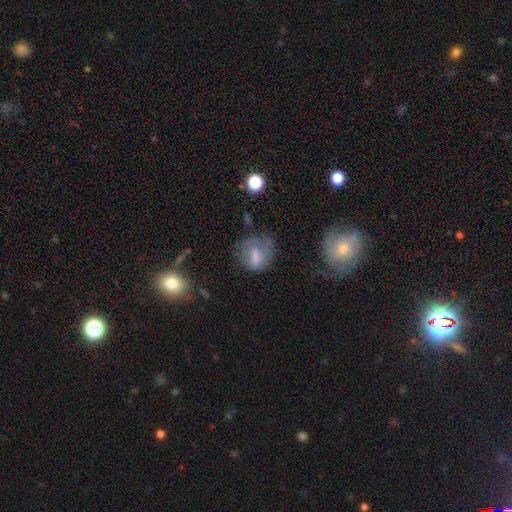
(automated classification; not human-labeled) Q: Smooth or featured?
A: smooth (56%); runner-up: featured or disk (31%)
Q: How rounded?
A: in between (50%); runner-up: round (47%)
Q: Merging?
A: none (41%); runner-up: major disturbance (28%)